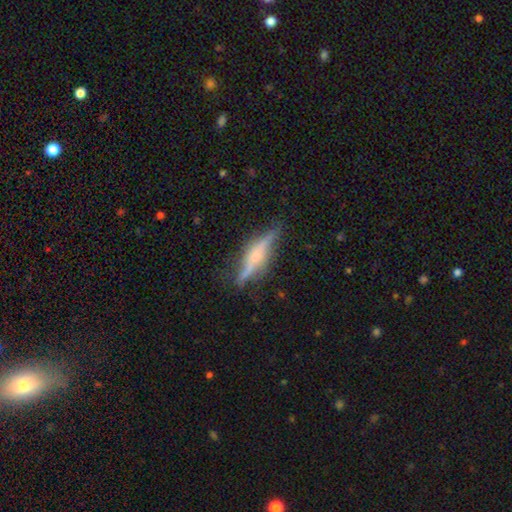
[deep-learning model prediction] Smooth or featured: featured or disk — 72% (smooth — 21%)
Edge-on disk: yes — 93% (no — 7%)
Edge-on bulge: rounded — 73% (boxy — 17%)
Merging: none — 76% (minor disturbance — 17%)